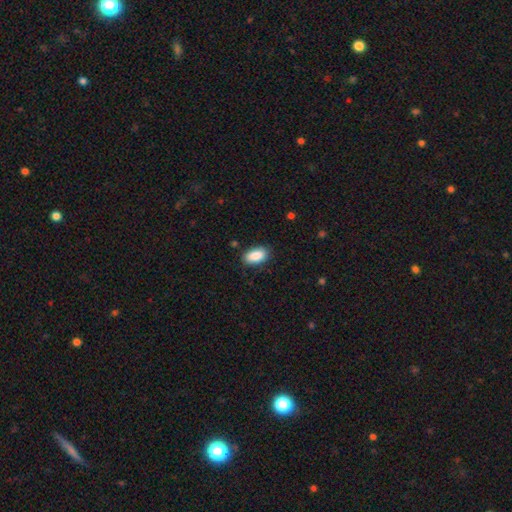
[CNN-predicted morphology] Overall: smooth (89%). How rounded: in between (94%). Merging: none (86%).